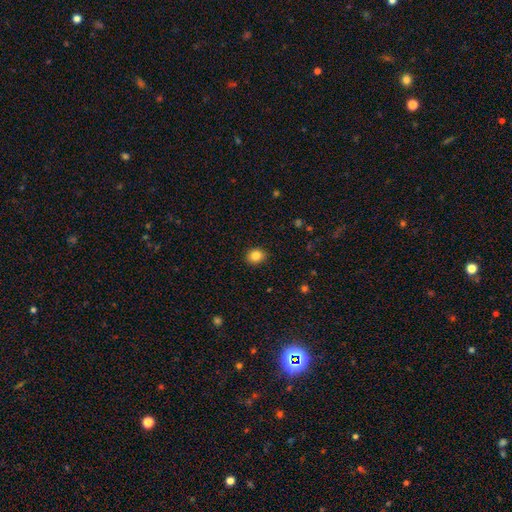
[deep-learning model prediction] A smooth galaxy with no disk features (84%) that is round (65%). Merging: none (90%).